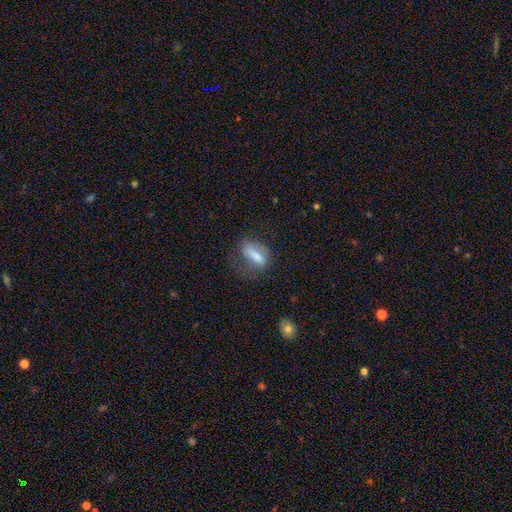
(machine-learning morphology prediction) type=smooth (69%); roundness=in between (72%); merging=none (43%).